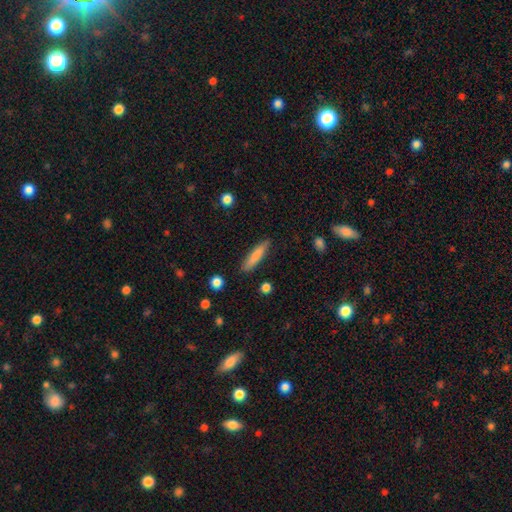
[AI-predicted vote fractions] The model was most divided on "smooth or featured": smooth: 79%, featured or disk: 15%, star or artifact: 6%. More confident: merging — none (87%); how rounded — cigar-shaped (83%).